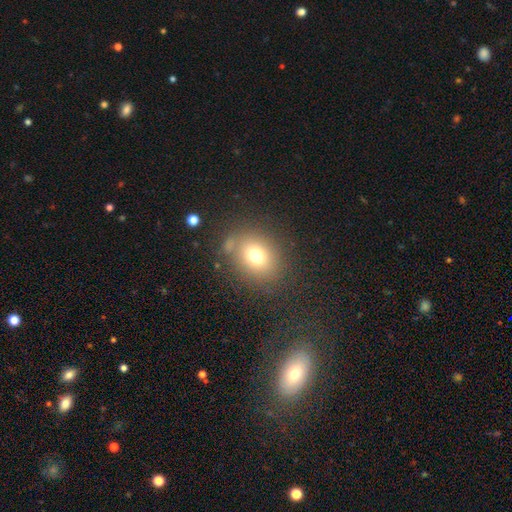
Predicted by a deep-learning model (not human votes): Overall: smooth (71%). How rounded: round (65%; in between 34%). Merging: none (76%).